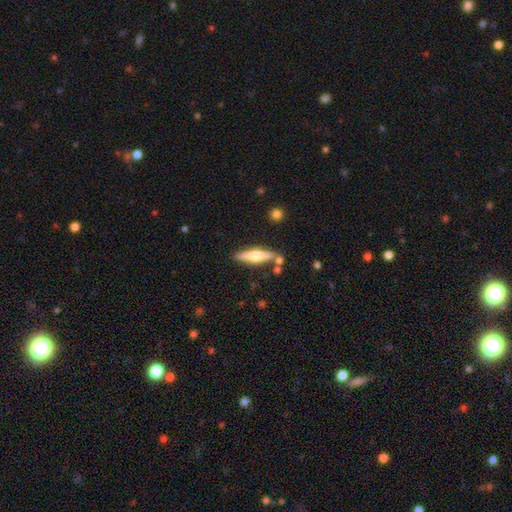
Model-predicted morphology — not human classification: smooth-or-featured: featured or disk: 53% | smooth: 42% | star or artifact: 6%
  disk-edge-on: yes: 94% | no: 6%
  merging: none: 81% | minor disturbance: 10% | merger: 6% | major disturbance: 2%